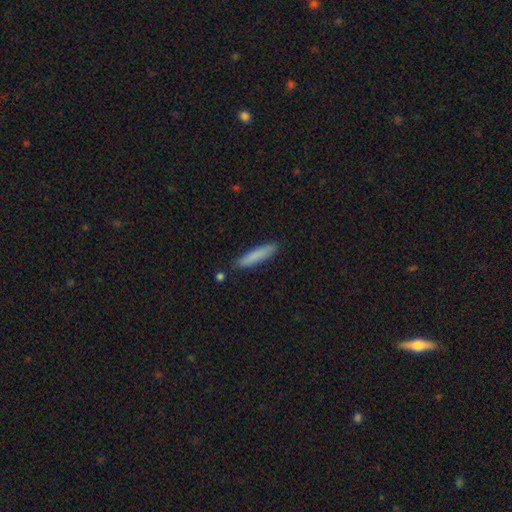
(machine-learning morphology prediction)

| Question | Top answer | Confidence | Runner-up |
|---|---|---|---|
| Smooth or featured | smooth | 83% | featured or disk (11%) |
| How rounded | cigar-shaped | 88% | in between (11%) |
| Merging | none | 85% | minor disturbance (10%) |